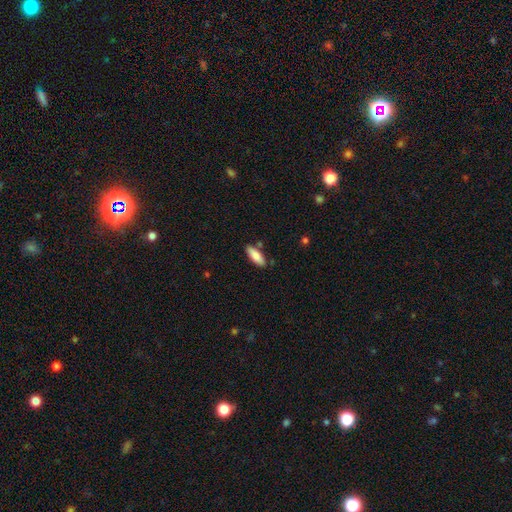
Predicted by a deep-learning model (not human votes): This is clearly a smooth galaxy (83%). How rounded: likely in between (63%). Merging: clearly none (81%).